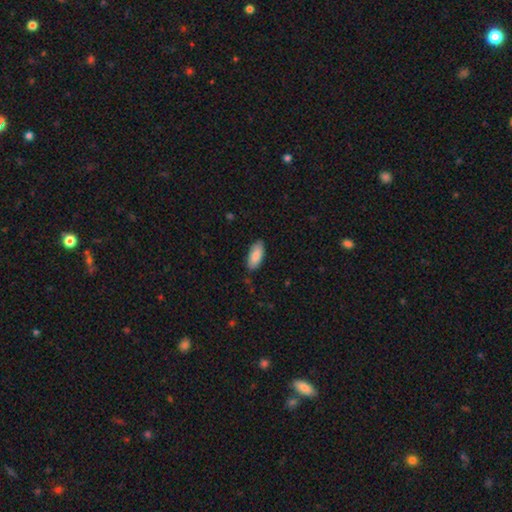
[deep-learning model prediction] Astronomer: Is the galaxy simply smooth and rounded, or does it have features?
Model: smooth — 89%.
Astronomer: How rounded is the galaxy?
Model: in between — 86%.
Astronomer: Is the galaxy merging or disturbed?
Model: none — 84%.